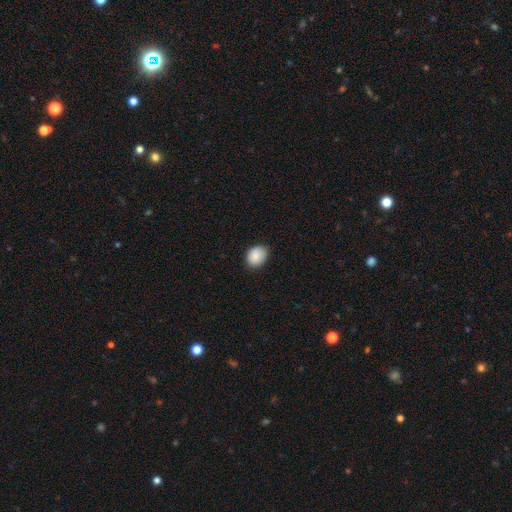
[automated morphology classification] smooth-or-featured: smooth: 87% | star or artifact: 8% | featured or disk: 6%
  how-rounded: in between: 54% | round: 45% | cigar-shaped: 1%
  merging: none: 79% | minor disturbance: 18% | major disturbance: 3% | merger: 1%